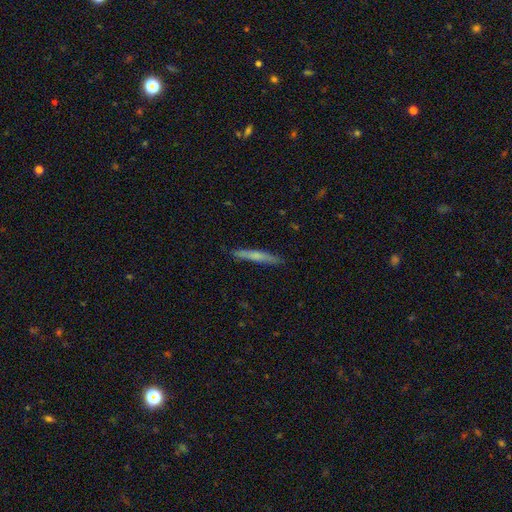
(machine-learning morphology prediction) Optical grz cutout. It shows a smooth galaxy with no disk features (62%) that is cigar-shaped (95%). Merging: none (88%).